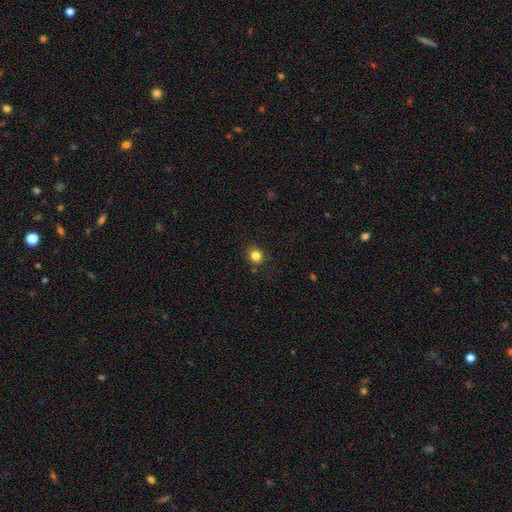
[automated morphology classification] Smooth or featured?
  - smooth: 83% *
  - star or artifact: 12%
  - featured or disk: 5%
How rounded?
  - round: 77% *
  - in between: 22%
  - cigar-shaped: 1%
Merging?
  - none: 85% *
  - minor disturbance: 10%
  - merger: 2%
  - major disturbance: 2%